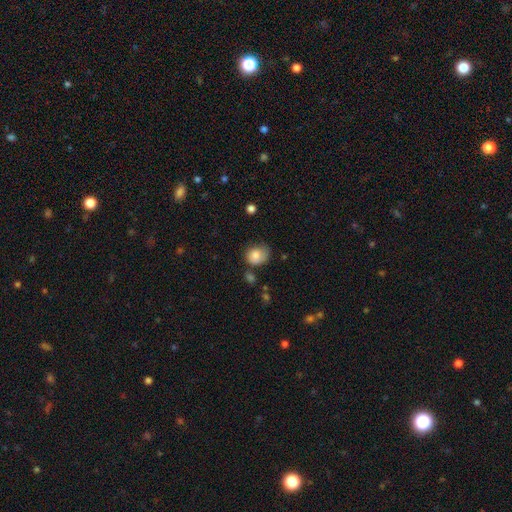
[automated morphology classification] The model was most divided on "merging": none: 45%, minor disturbance: 35%, major disturbance: 14%, merger: 5%. More confident: smooth or featured — smooth (80%); how rounded — round (59%).